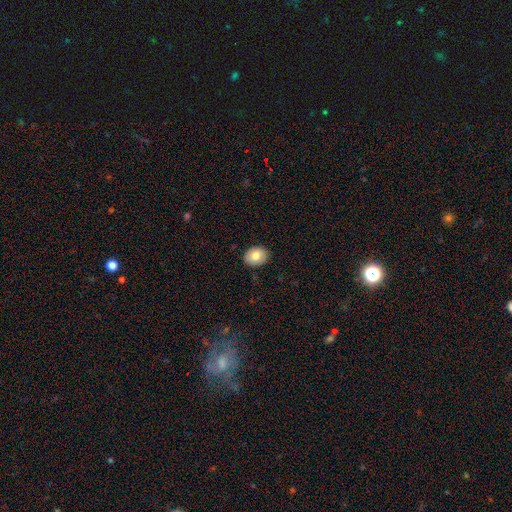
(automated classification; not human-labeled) Smooth or featured: smooth — 80% (featured or disk — 13%)
How rounded: in between — 58% (round — 41%)
Merging: none — 89% (minor disturbance — 8%)